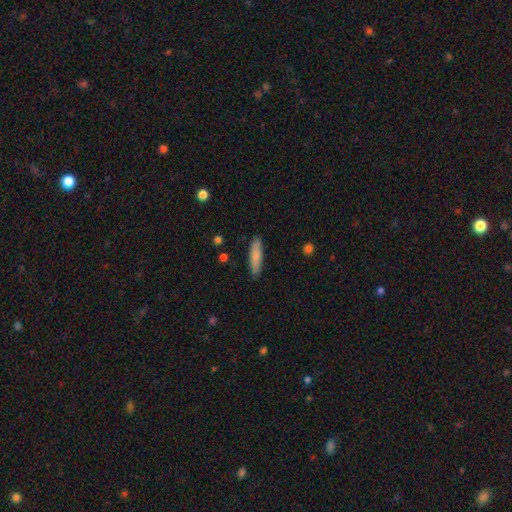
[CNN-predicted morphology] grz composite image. It shows a smooth galaxy with no disk features (82%) that is cigar-shaped (77%). Merging: none (88%).